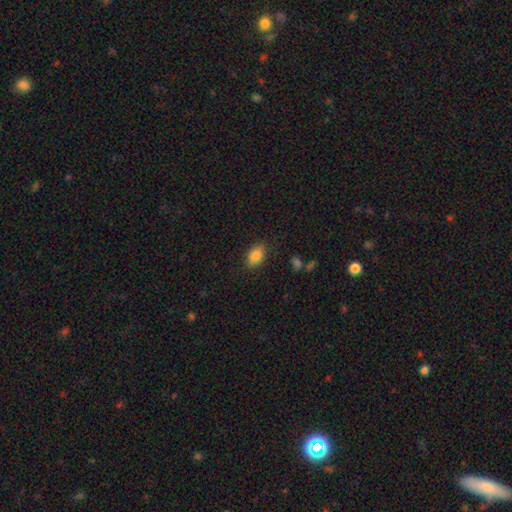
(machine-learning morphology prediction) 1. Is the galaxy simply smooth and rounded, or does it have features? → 85% smooth, 8% star or artifact, 6% featured or disk.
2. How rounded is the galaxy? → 86% in between, 12% round, 2% cigar-shaped.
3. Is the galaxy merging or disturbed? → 86% none, 10% minor disturbance, 3% major disturbance, 1% merger.